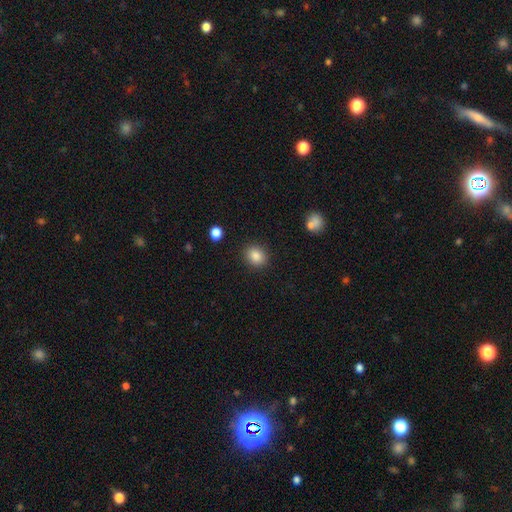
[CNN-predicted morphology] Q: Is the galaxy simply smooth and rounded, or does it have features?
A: smooth — 86%.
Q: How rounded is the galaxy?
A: round — 63%.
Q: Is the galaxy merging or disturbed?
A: none — 88%.